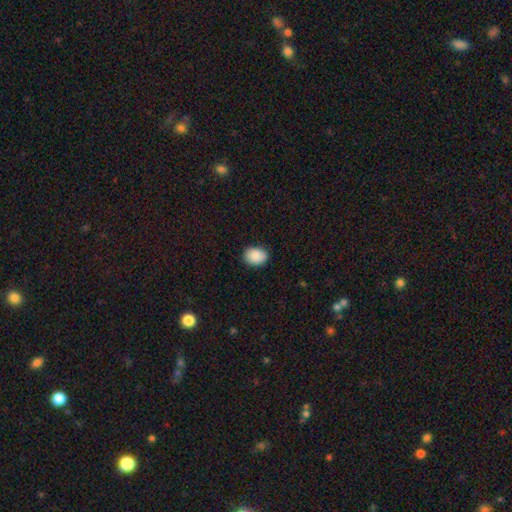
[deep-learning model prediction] This is clearly a smooth galaxy (89%). How rounded: likely in between (62%). Merging: clearly none (85%).